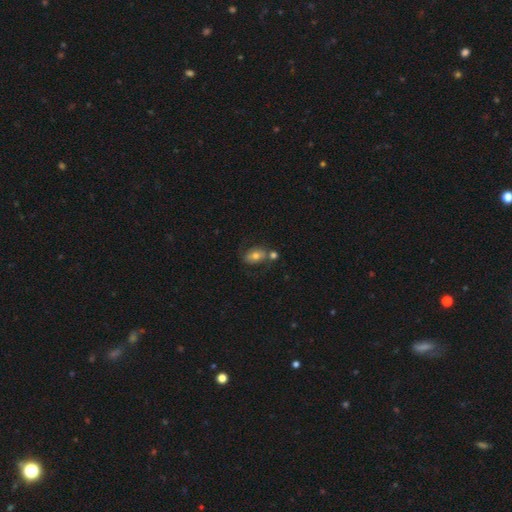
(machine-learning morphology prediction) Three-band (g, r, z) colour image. It shows a smooth galaxy with no disk features (67%) that is in between round and cigar-shaped (82%). Merging: none (50%).